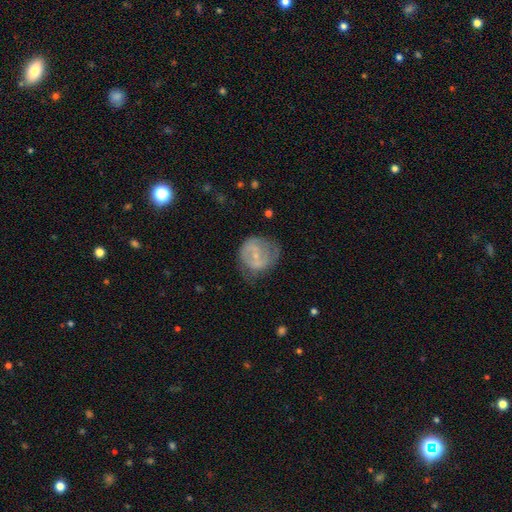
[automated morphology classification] Smooth or featured: featured or disk — 54% (smooth — 38%)
Edge-on disk: no — 97% (yes — 3%)
Bar: no — 45% (weak — 42%)
Spiral arms: yes — 58% (no — 42%)
Bulge size: small — 66% (moderate — 22%)
Merging: none — 47% (minor disturbance — 29%)